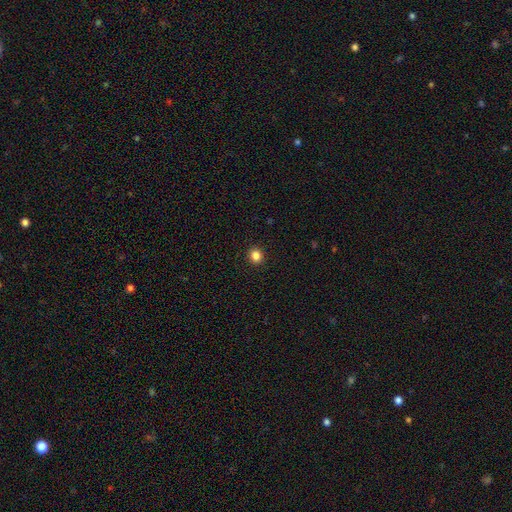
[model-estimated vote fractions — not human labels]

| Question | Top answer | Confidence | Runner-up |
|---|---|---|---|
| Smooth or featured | smooth | 84% | star or artifact (12%) |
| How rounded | round | 86% | in between (13%) |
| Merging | none | 93% | minor disturbance (5%) |